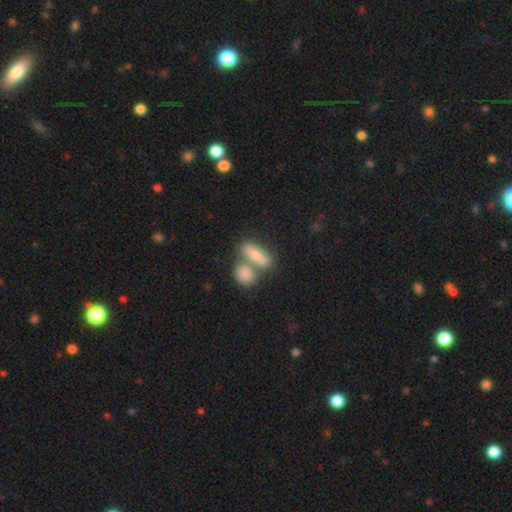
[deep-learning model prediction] smooth_or_featured: smooth (p=0.69) [alt: featured or disk p=0.22]
how_rounded: in between (p=0.64) [alt: cigar-shaped p=0.26]
merging: none (p=0.44) [alt: merger p=0.42]